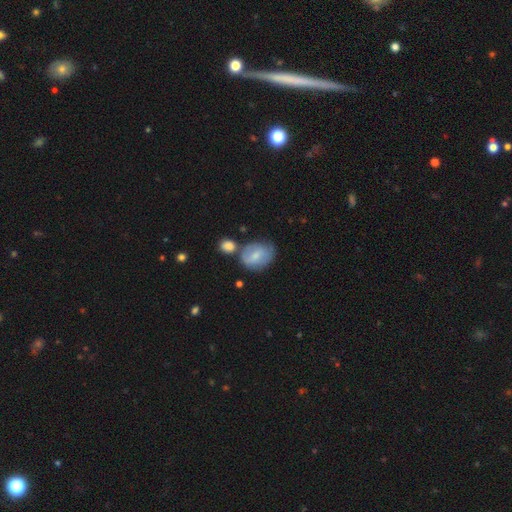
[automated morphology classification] A smooth galaxy with no disk features (64%) that is in between round and cigar-shaped (58%). Merging: none (45%).